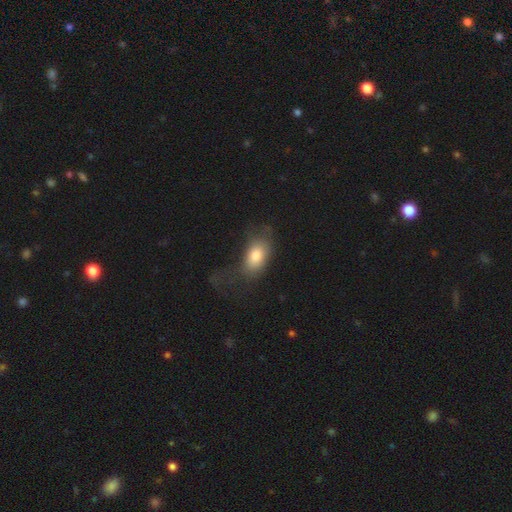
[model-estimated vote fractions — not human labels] smooth 77%, featured or disk 15%, star or artifact 9%. Down the decision tree: how rounded — in between (88%); merging — none (42%).